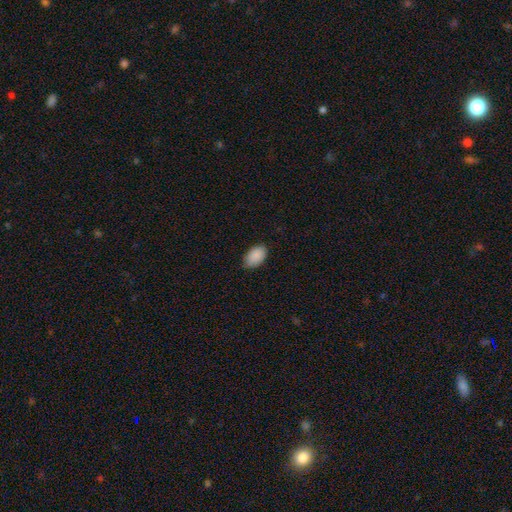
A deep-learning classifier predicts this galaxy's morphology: Smooth or featured?
  - smooth: 90% *
  - star or artifact: 7%
  - featured or disk: 3%
How rounded?
  - in between: 94% *
  - round: 5%
  - cigar-shaped: 1%
Merging?
  - none: 80% *
  - minor disturbance: 16%
  - major disturbance: 2%
  - merger: 1%